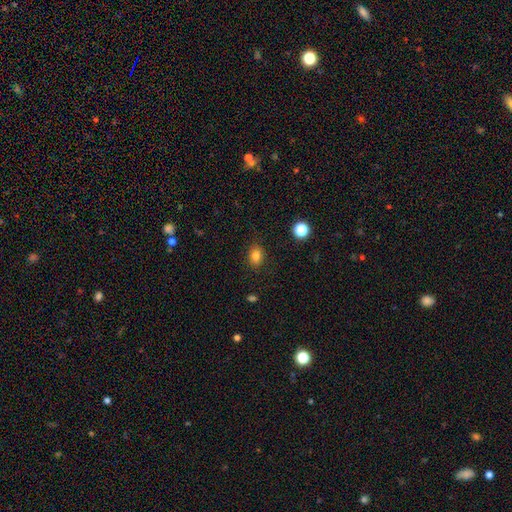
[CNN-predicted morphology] This is clearly a smooth galaxy (81%). How rounded: possibly in between (57%). Merging: clearly none (86%).